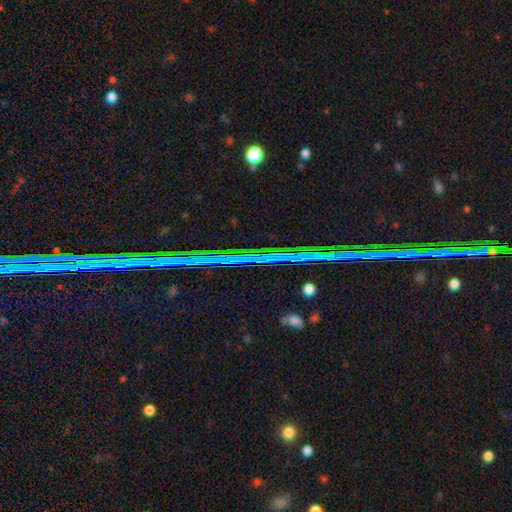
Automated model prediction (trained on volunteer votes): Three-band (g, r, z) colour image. It shows a star or artifact, not a galaxy (74%).